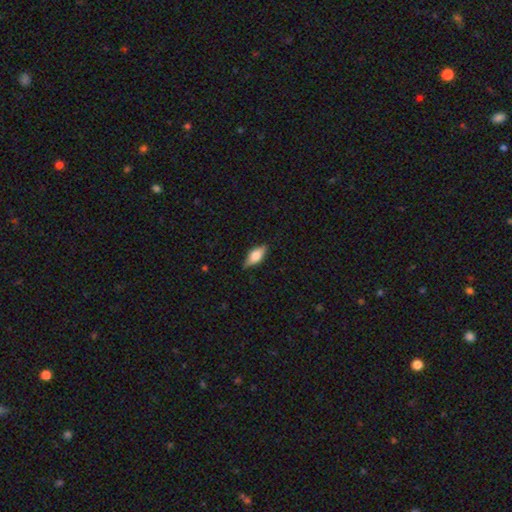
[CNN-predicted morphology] Q: Smooth or featured?
A: smooth (62%); runner-up: featured or disk (31%)
Q: How rounded?
A: in between (77%); runner-up: cigar-shaped (20%)
Q: Merging?
A: none (83%); runner-up: minor disturbance (14%)